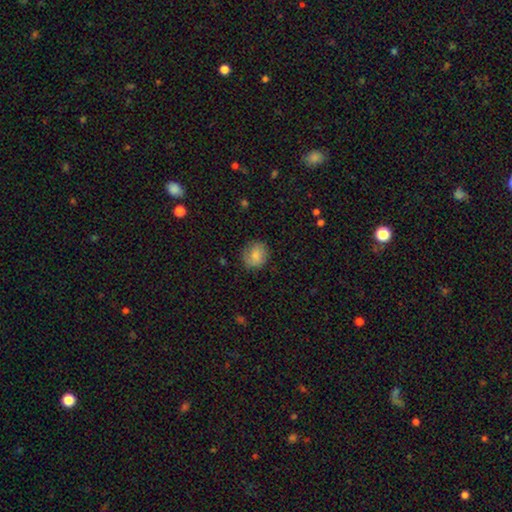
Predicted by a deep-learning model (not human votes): smooth 80%, featured or disk 12%, star or artifact 8%. Down the decision tree: how rounded — round (83%); merging — none (79%).